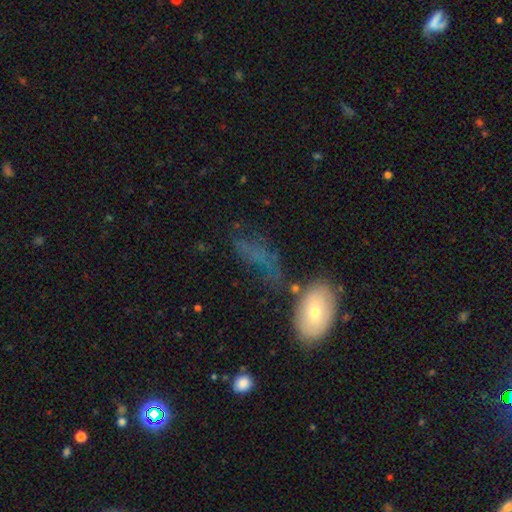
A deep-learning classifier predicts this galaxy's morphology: type=smooth (43%); merging=none (49%).